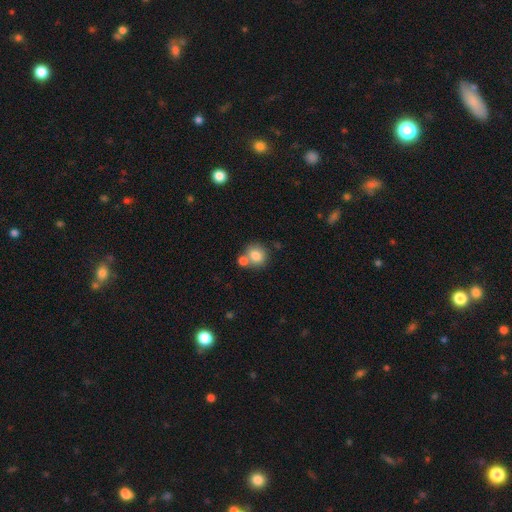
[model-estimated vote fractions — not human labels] This is clearly a smooth galaxy (81%). How rounded: likely round (79%). Merging: possibly none (54%).